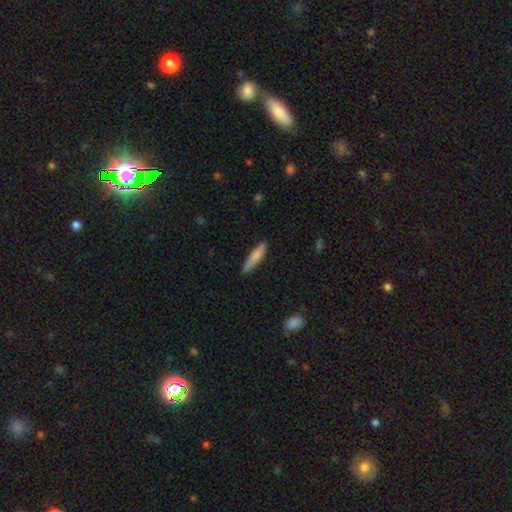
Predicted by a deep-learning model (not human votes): A smooth galaxy with no disk features (78%) that is cigar-shaped (83%). Merging: none (81%).